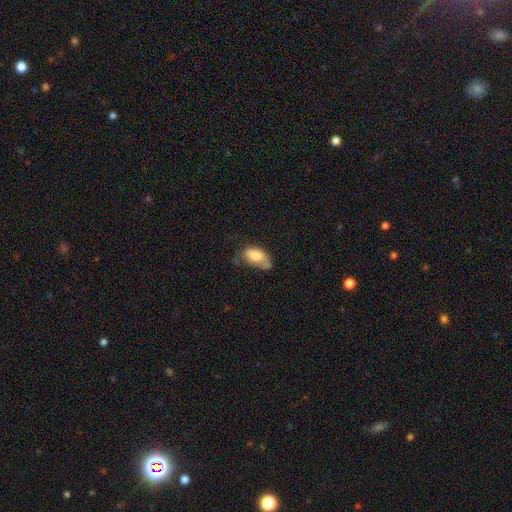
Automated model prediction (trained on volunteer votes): Smooth or featured? smooth (78%)
How rounded? in between (93%)
Merging? minor disturbance (37%)